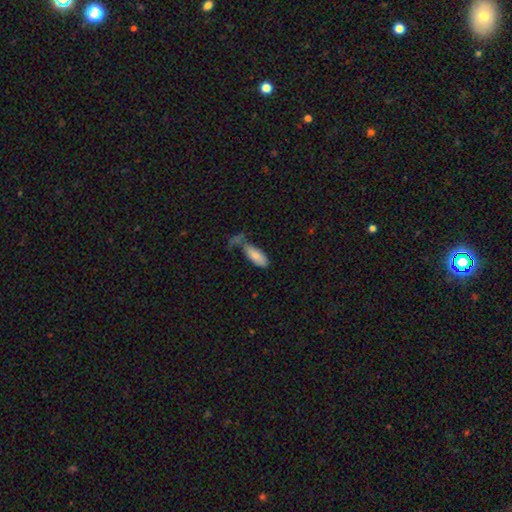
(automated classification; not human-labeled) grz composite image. It shows a smooth galaxy with no disk features (82%) that is in between round and cigar-shaped (78%). Merging: none (44%).